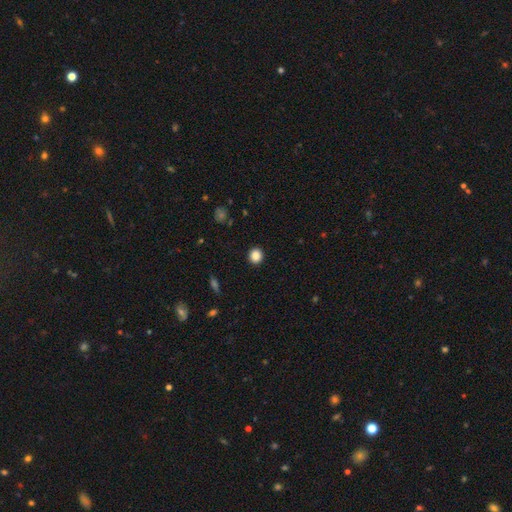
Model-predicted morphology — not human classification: A smooth galaxy with no disk features (87%) that is round (86%).

Vote fractions:
- Smooth or featured? smooth: 87% / star or artifact: 10% / featured or disk: 3%
- How rounded? round: 86% / in between: 13% / cigar-shaped: 1%
- Merging? none: 92% / minor disturbance: 5% / major disturbance: 2% / merger: 1%